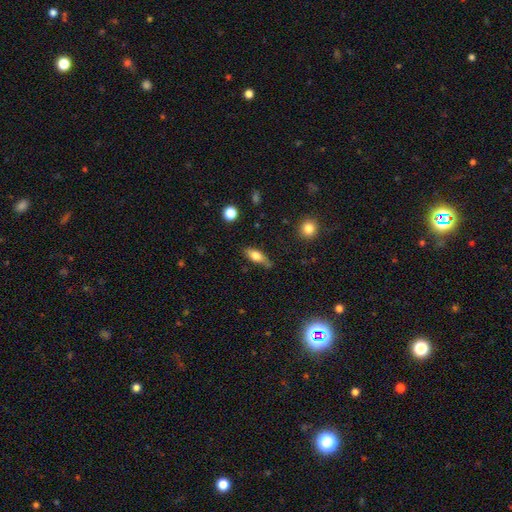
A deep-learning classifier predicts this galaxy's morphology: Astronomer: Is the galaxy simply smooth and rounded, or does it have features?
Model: smooth — 65%.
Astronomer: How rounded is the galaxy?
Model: in between — 67%.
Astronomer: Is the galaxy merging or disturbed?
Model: none — 68%.